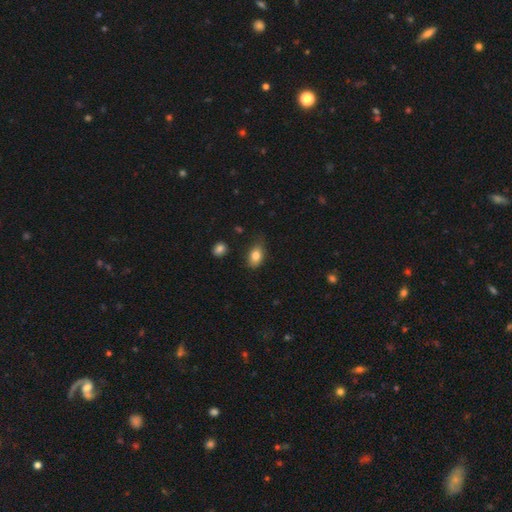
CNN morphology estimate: Smooth or featured? smooth (82%)
How rounded? in between (85%)
Merging? none (73%)